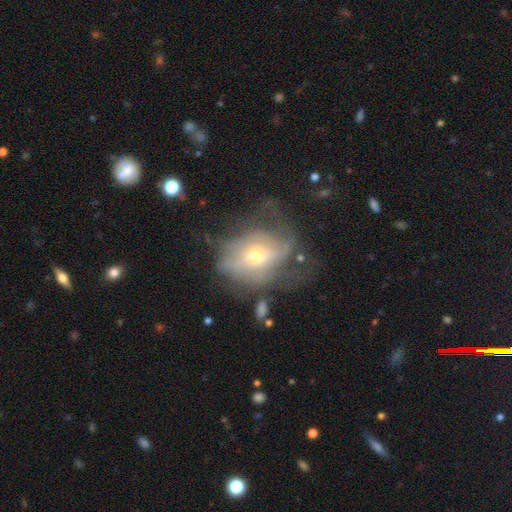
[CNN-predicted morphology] Q: Smooth or featured?
A: featured or disk (58%); runner-up: smooth (31%)
Q: Edge-on disk?
A: no (93%); runner-up: yes (7%)
Q: Bar?
A: no (71%); runner-up: weak (21%)
Q: Spiral arms?
A: no (50%); tied with: yes (50%)
Q: Bulge size?
A: small (57%); runner-up: moderate (38%)
Q: Merging?
A: major disturbance (37%); runner-up: none (34%)